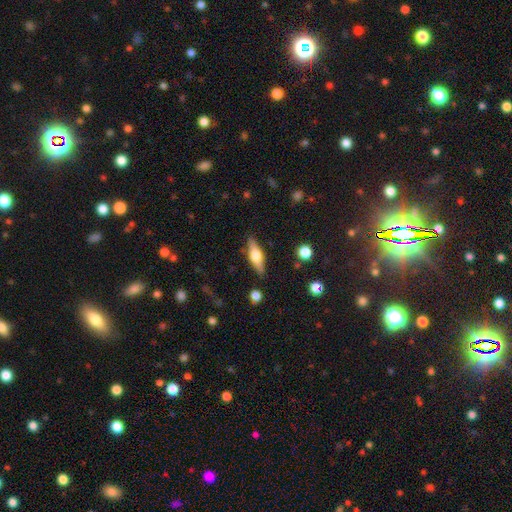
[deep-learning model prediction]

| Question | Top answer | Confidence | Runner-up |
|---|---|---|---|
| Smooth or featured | featured or disk | 50% | smooth (44%) |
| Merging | none | 85% | minor disturbance (11%) |